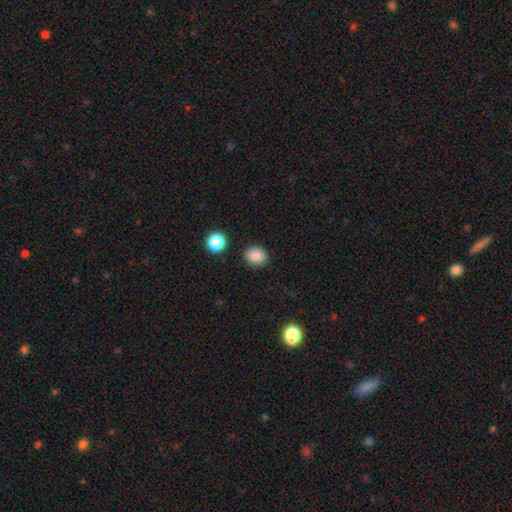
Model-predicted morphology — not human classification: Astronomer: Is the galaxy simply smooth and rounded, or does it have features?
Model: smooth — 85%.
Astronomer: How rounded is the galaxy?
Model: round — 72%.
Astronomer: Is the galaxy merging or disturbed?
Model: none — 88%.